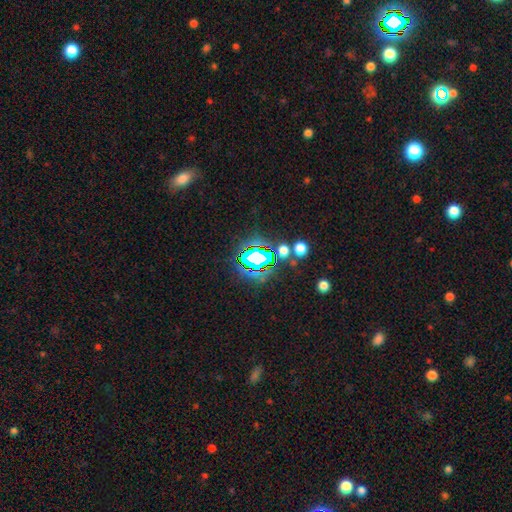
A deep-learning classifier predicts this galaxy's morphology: star or artifact 66%, smooth 21%, featured or disk 13%.